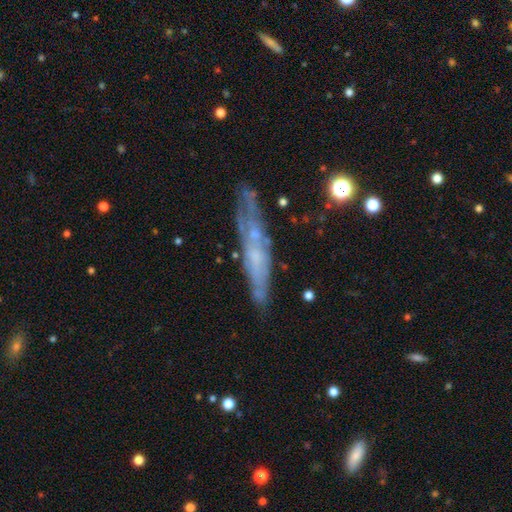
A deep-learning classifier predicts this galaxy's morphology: The model was most divided on "edge-on disk": yes: 61%, no: 39%. More confident: merging — none (70%); smooth or featured — featured or disk (61%).